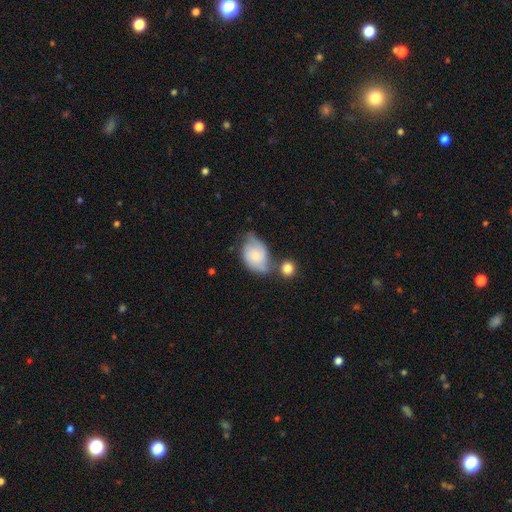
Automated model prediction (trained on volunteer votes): This appears to be a featured or disk galaxy (50%). Merging: none (36%).